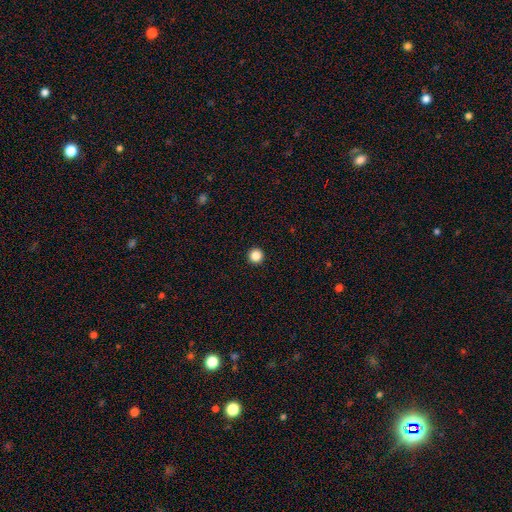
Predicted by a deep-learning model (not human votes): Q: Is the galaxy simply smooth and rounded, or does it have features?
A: smooth — 86%.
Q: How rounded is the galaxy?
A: round — 97%.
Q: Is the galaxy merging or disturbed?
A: none — 94%.